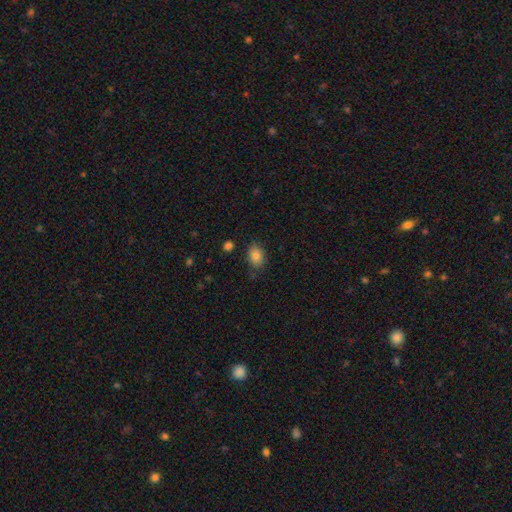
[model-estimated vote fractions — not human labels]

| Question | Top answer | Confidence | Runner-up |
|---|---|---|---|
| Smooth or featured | smooth | 85% | star or artifact (9%) |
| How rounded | in between | 77% | round (22%) |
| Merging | none | 77% | minor disturbance (17%) |